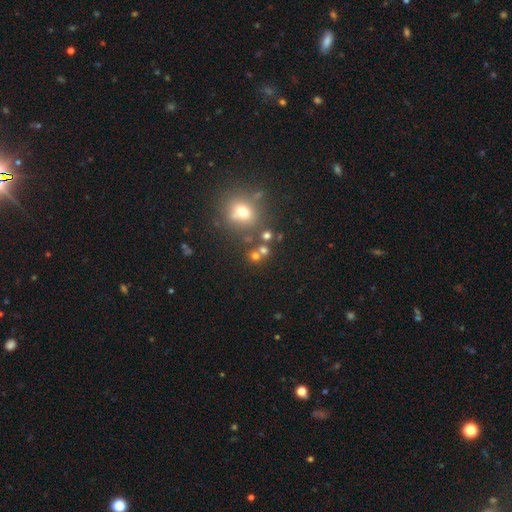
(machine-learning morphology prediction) Smooth or featured?
  - smooth: 64% *
  - star or artifact: 24%
  - featured or disk: 12%
How rounded?
  - round: 85% *
  - in between: 14%
  - cigar-shaped: 1%
Merging?
  - none: 63% *
  - merger: 25%
  - minor disturbance: 8%
  - major disturbance: 4%